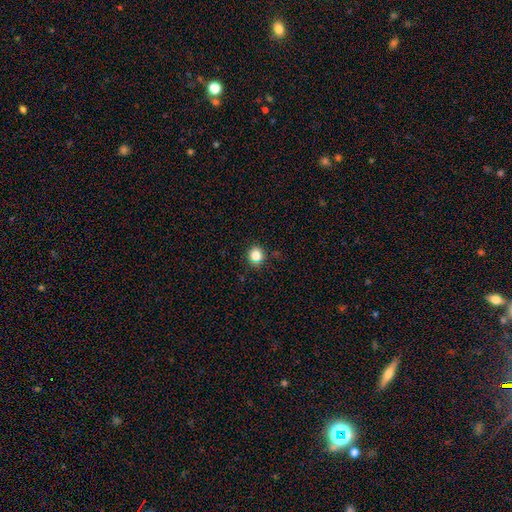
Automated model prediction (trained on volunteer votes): Morphology: type=smooth (83%); roundness=round (84%); merging=none (88%).